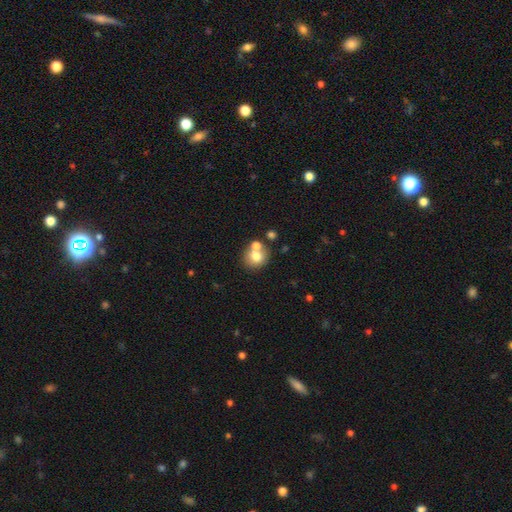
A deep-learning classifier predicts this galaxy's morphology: Smooth or featured? Predicted: smooth (p=0.74). How rounded? Predicted: round (p=0.81). Merging? Predicted: none (p=0.58).